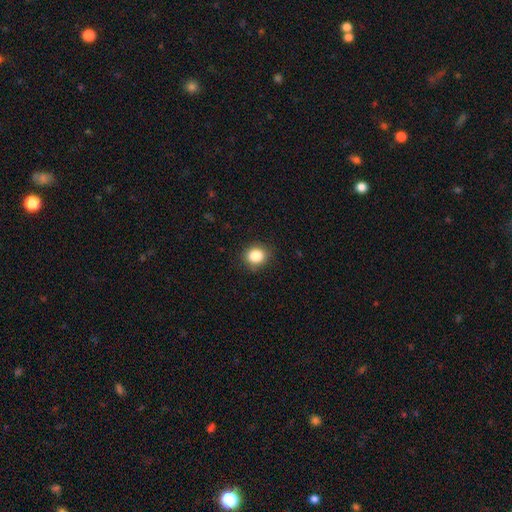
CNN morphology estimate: A smooth galaxy with no disk features (85%) that is round (79%).

Vote fractions:
- Smooth or featured? smooth: 85% / star or artifact: 10% / featured or disk: 4%
- How rounded? round: 79% / in between: 21% / cigar-shaped: 1%
- Merging? none: 88% / minor disturbance: 9% / major disturbance: 2% / merger: 1%